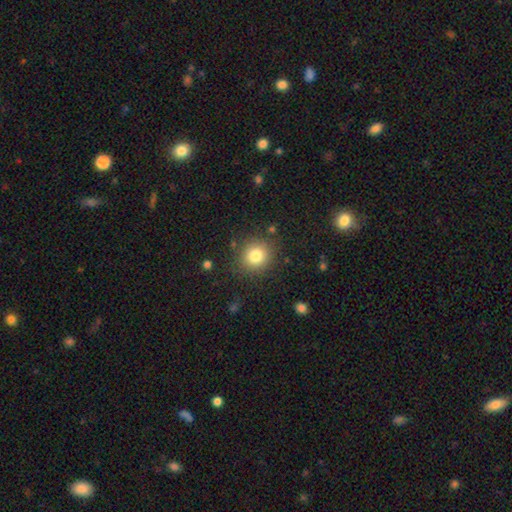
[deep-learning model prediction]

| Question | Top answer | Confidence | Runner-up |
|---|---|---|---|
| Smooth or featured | smooth | 81% | star or artifact (12%) |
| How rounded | round | 89% | in between (10%) |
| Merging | none | 86% | minor disturbance (8%) |